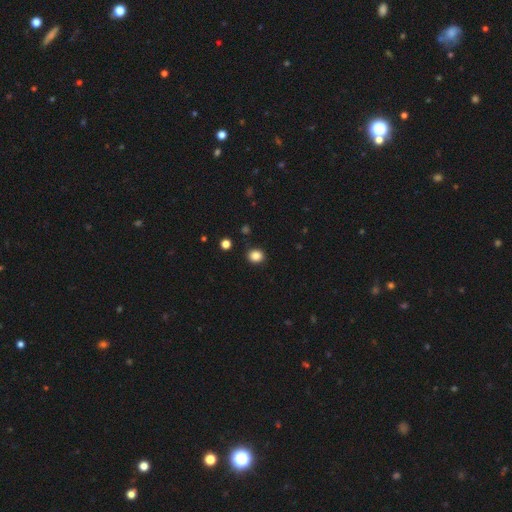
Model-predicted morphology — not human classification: Overall: smooth (85%). How rounded: round (70%). Merging: none (89%).